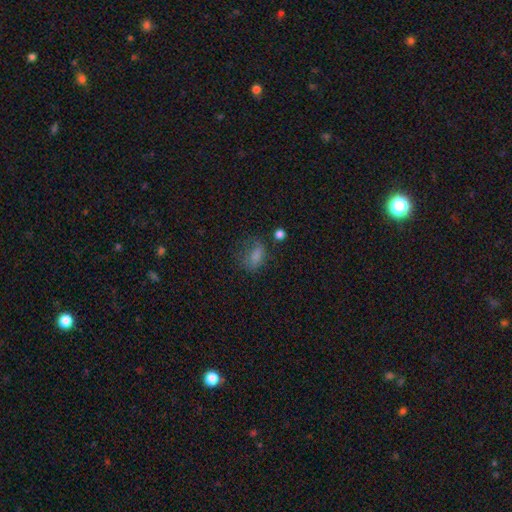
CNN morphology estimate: A smooth galaxy with no disk features (63%) that is in between round and cigar-shaped (73%). Merging: none (51%).